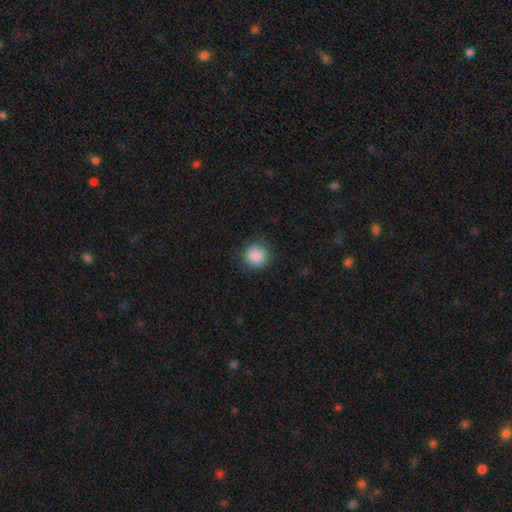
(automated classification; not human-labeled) Smooth or featured: smooth — 88% (star or artifact — 9%)
How rounded: round — 91% (in between — 8%)
Merging: none — 87% (minor disturbance — 9%)